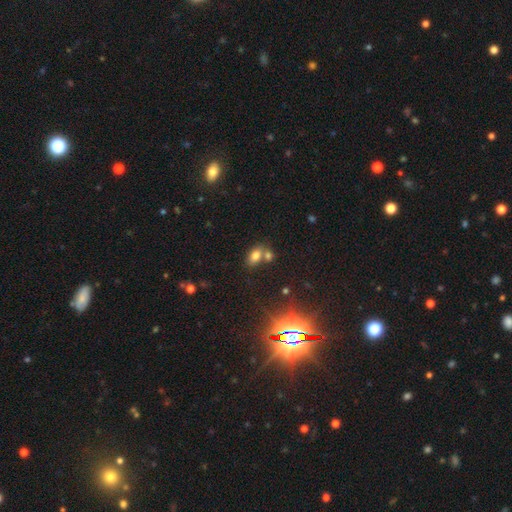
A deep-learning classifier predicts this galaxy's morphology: Smooth or featured? Predicted: smooth (p=0.75). How rounded? Predicted: in between (p=0.87). Merging? Predicted: none (p=0.48).